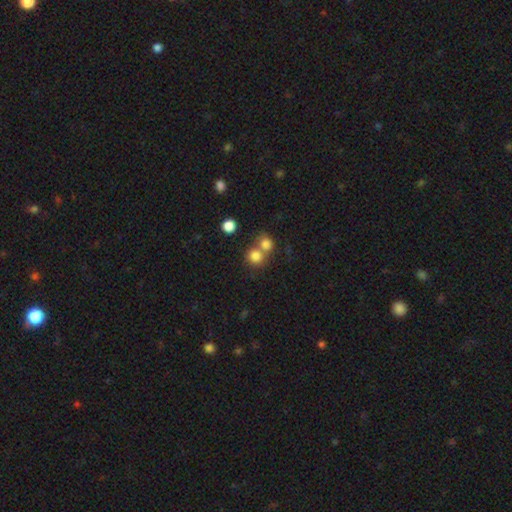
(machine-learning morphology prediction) smooth 79%, star or artifact 12%, featured or disk 9%. Down the decision tree: how rounded — round (85%); merging — merger (46%).